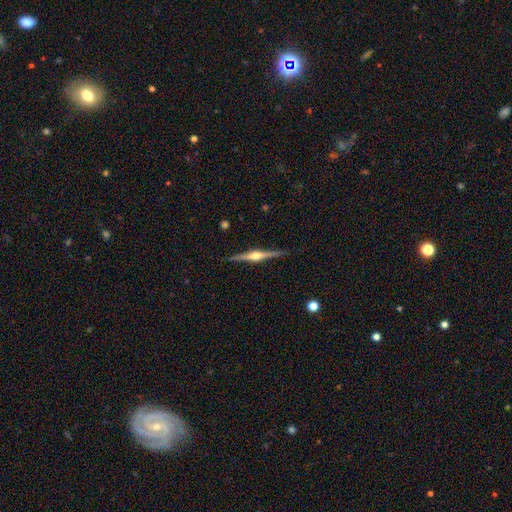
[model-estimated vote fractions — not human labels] The model was most divided on "smooth or featured": featured or disk: 81%, smooth: 14%, star or artifact: 6%. More confident: edge-on disk — yes (98%); edge-on bulge — rounded (90%); merging — none (89%).